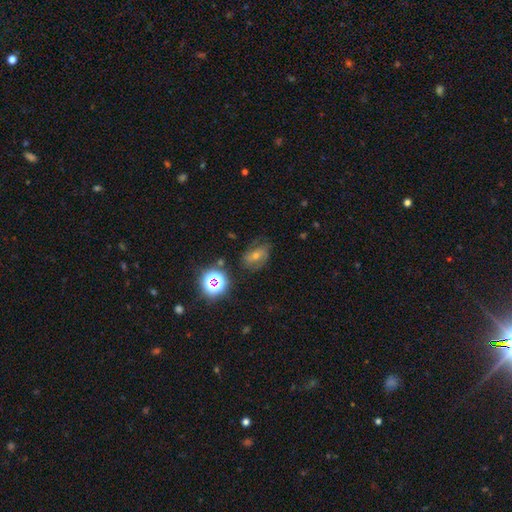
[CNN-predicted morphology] type=featured or disk (37%); merging=none (72%).